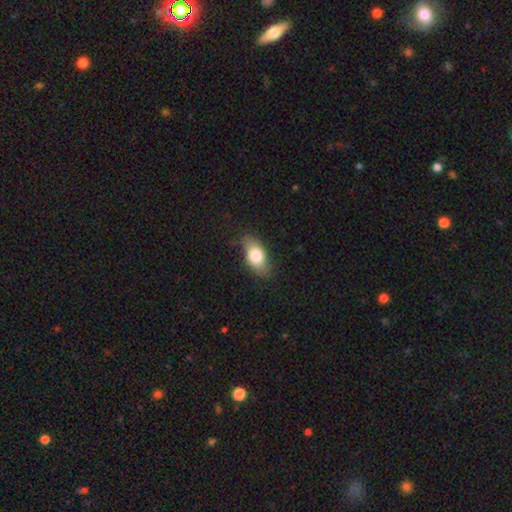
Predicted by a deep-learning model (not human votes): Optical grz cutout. It shows a smooth galaxy with no disk features (77%) that is in between round and cigar-shaped (88%). Merging: none (73%).